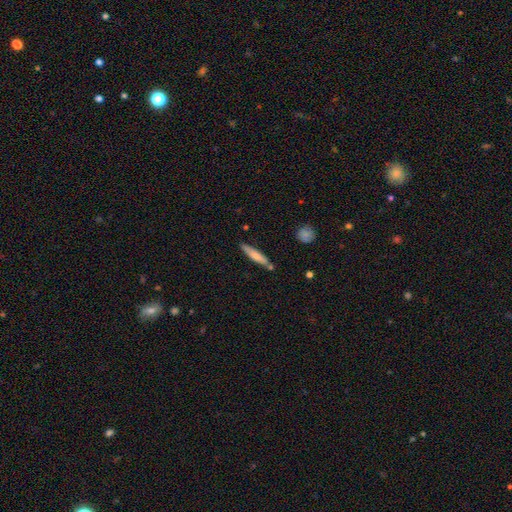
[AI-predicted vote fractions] Smooth or featured? smooth (67%)
How rounded? cigar-shaped (88%)
Merging? none (75%)